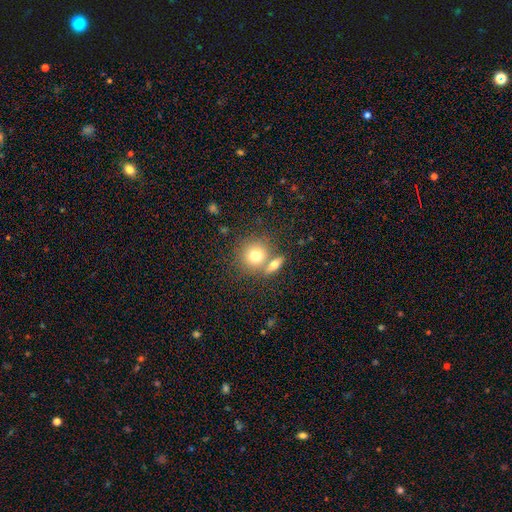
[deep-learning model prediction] Smooth or featured? smooth (74%)
How rounded? round (84%)
Merging? none (56%)